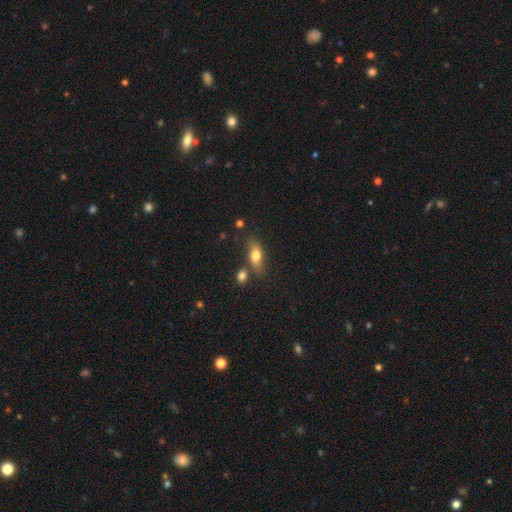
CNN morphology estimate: smooth 69%, featured or disk 22%, star or artifact 8%. Down the decision tree: how rounded — in between (71%); merging — none (66%).